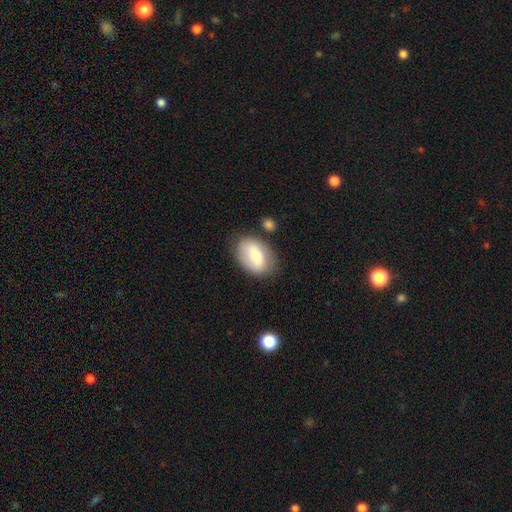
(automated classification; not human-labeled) Q: Smooth or featured?
A: smooth (58%); runner-up: featured or disk (35%)
Q: How rounded?
A: in between (81%); runner-up: round (17%)
Q: Merging?
A: none (73%); runner-up: minor disturbance (16%)